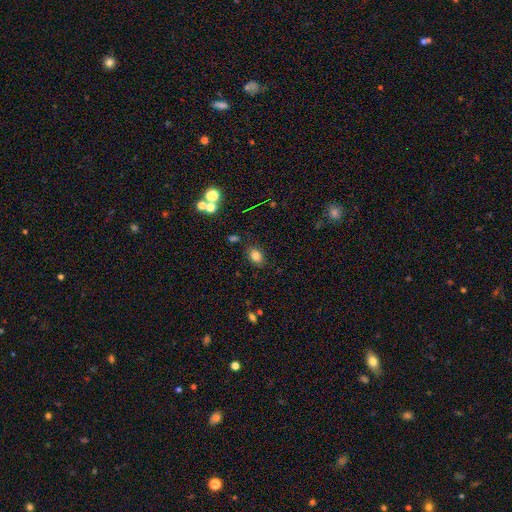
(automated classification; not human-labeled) Morphology: type=smooth (81%); roundness=in between (75%); merging=none (82%).